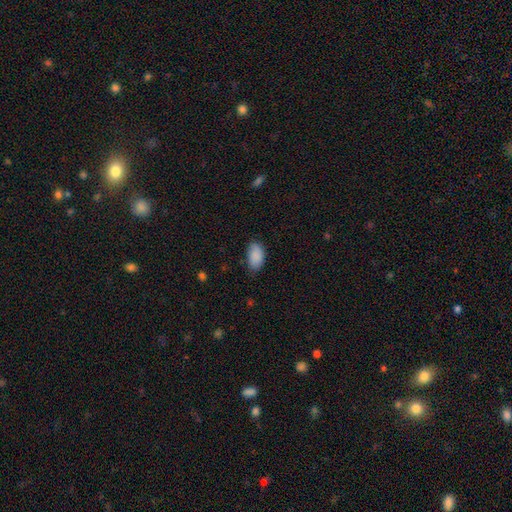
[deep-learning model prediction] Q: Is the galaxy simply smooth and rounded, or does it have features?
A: smooth — 89%.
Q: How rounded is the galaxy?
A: in between — 94%.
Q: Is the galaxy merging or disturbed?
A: none — 75%.